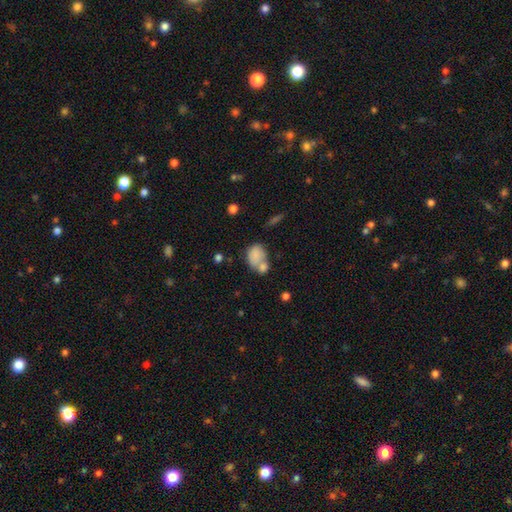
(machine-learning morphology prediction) This is likely a smooth galaxy (78%). How rounded: likely in between (70%). Merging: possibly merger (48%).